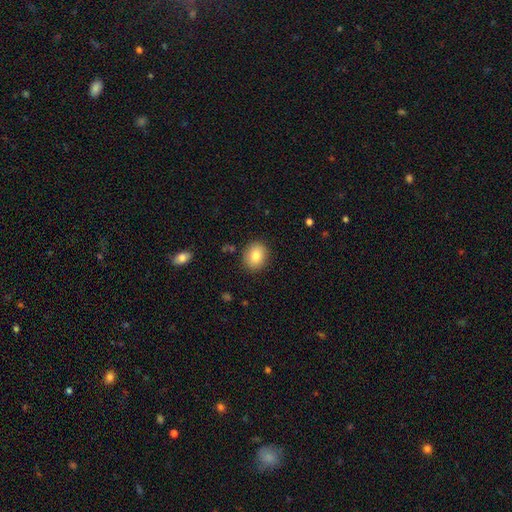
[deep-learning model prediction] Q: Smooth or featured?
A: smooth (82%); runner-up: featured or disk (9%)
Q: How rounded?
A: round (61%); runner-up: in between (38%)
Q: Merging?
A: none (87%); runner-up: minor disturbance (9%)